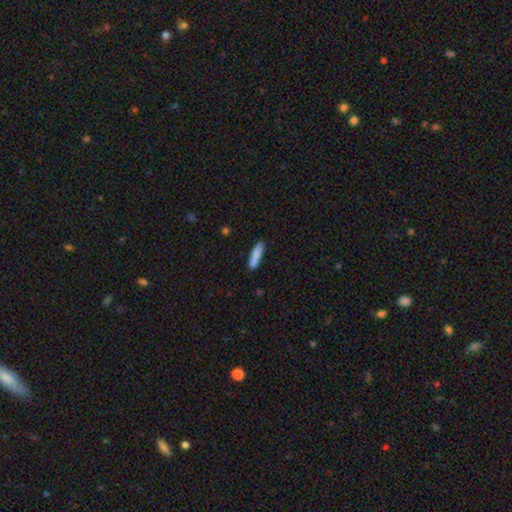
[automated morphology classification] Smooth or featured?
  - smooth: 84% *
  - featured or disk: 10%
  - star or artifact: 7%
How rounded?
  - cigar-shaped: 76% *
  - in between: 23%
  - round: 2%
Merging?
  - none: 76% *
  - minor disturbance: 15%
  - merger: 6%
  - major disturbance: 3%